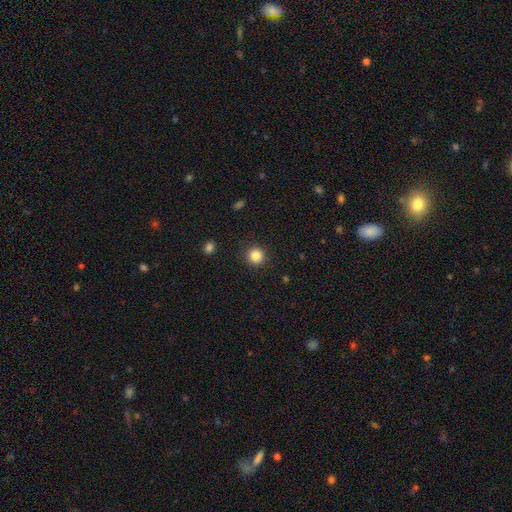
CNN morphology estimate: This appears to be a smooth galaxy with no disk features (85%) that is round (95%). Merging: none (92%).